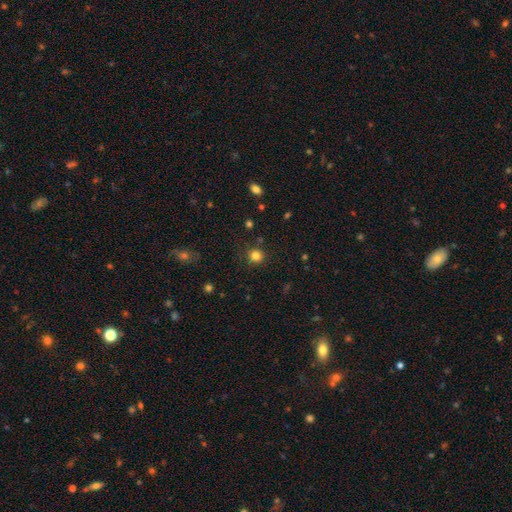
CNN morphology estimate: Smooth or featured: smooth — 81% (star or artifact — 14%)
How rounded: round — 91% (in between — 8%)
Merging: none — 87% (minor disturbance — 8%)